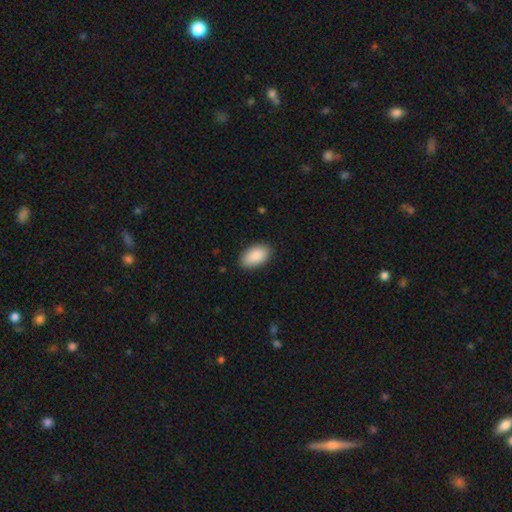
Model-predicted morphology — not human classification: A smooth galaxy with no disk features (90%) that is in between round and cigar-shaped (95%).

Vote fractions:
- Smooth or featured? smooth: 90% / star or artifact: 6% / featured or disk: 5%
- How rounded? in between: 95% / round: 3% / cigar-shaped: 2%
- Merging? none: 86% / minor disturbance: 11% / major disturbance: 2% / merger: 1%